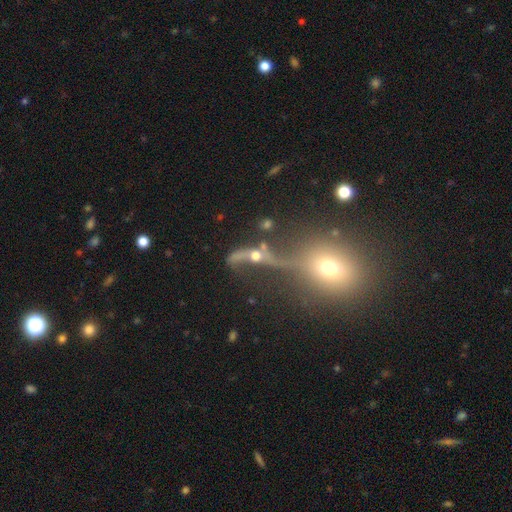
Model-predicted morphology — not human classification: A featured or disk galaxy (58%).

Vote fractions:
- Smooth or featured? featured or disk: 58% / smooth: 27% / star or artifact: 15%
- Edge-on disk? no: 82% / yes: 18%
- Merging? merger: 42% / none: 24% / major disturbance: 23% / minor disturbance: 11%